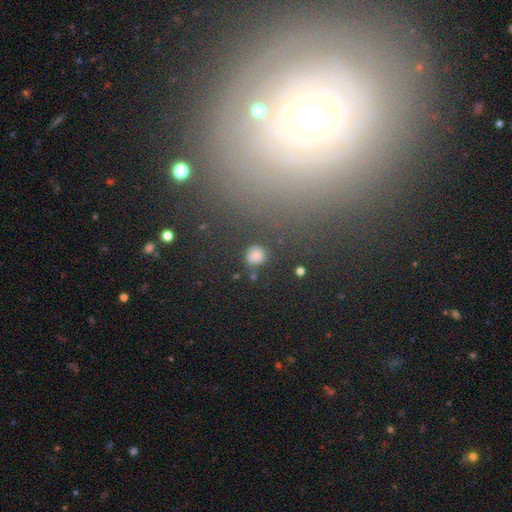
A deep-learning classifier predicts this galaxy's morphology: smooth 77%, star or artifact 16%, featured or disk 7%. Down the decision tree: how rounded — round (84%); merging — none (74%).